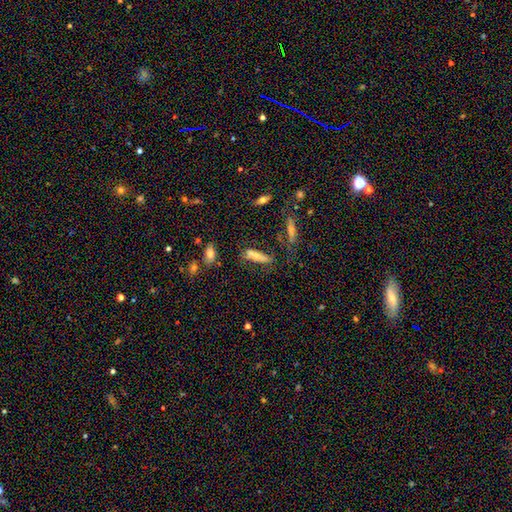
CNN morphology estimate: Smooth or featured: smooth — 59% (featured or disk — 29%)
How rounded: cigar-shaped — 65% (in between — 32%)
Merging: none — 56% (minor disturbance — 21%)